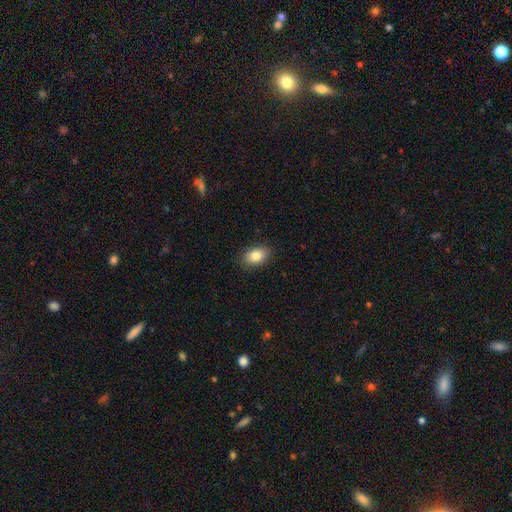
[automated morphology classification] Smooth or featured: smooth — 84% (star or artifact — 8%)
How rounded: in between — 83% (round — 16%)
Merging: none — 87% (minor disturbance — 9%)